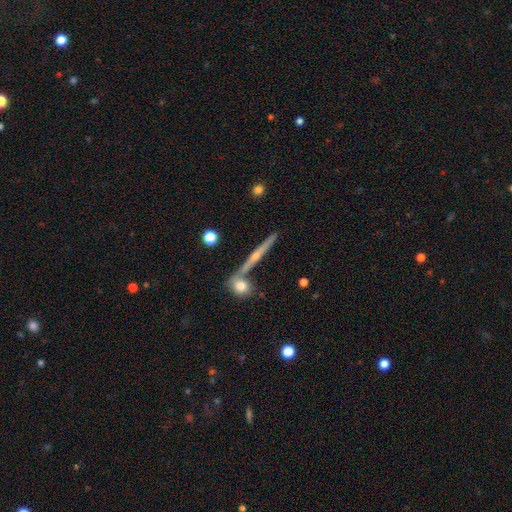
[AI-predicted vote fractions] Q: Smooth or featured?
A: featured or disk (67%); runner-up: smooth (25%)
Q: Edge-on disk?
A: yes (96%); runner-up: no (4%)
Q: Edge-on bulge?
A: rounded (75%); runner-up: none (21%)
Q: Merging?
A: none (76%); runner-up: merger (12%)